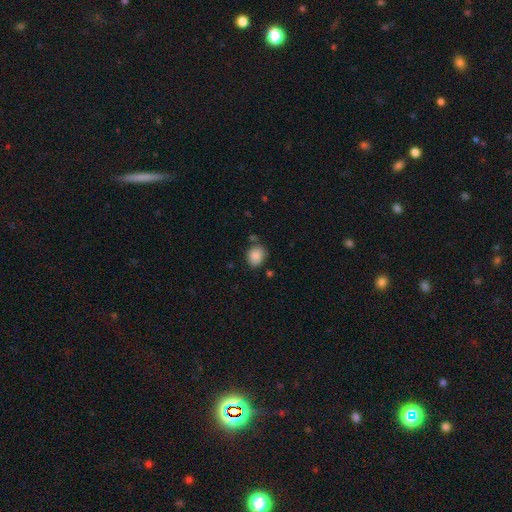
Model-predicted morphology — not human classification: A smooth galaxy with no disk features (87%) that is round (53%). Merging: none (71%).